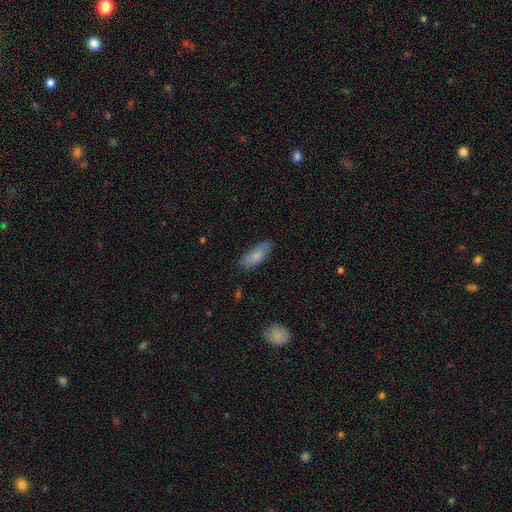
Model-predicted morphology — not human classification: The model was most divided on "how rounded": in between: 68%, cigar-shaped: 30%, round: 2%. More confident: smooth or featured — smooth (80%); merging — none (79%).